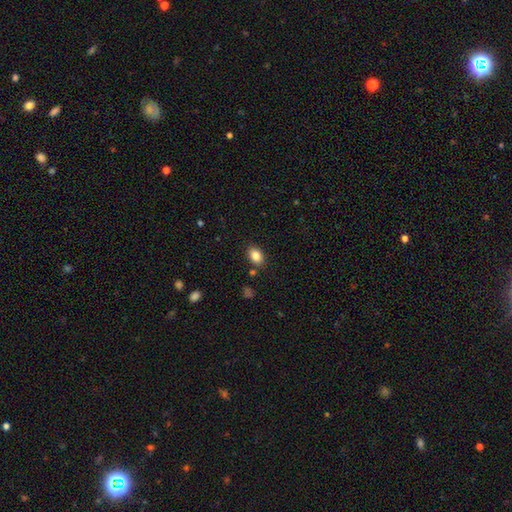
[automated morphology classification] A smooth galaxy with no disk features (85%) that is in between round and cigar-shaped (79%).

Vote fractions:
- Smooth or featured? smooth: 85% / star or artifact: 9% / featured or disk: 6%
- How rounded? in between: 79% / round: 20% / cigar-shaped: 1%
- Merging? none: 85% / minor disturbance: 10% / merger: 3% / major disturbance: 2%